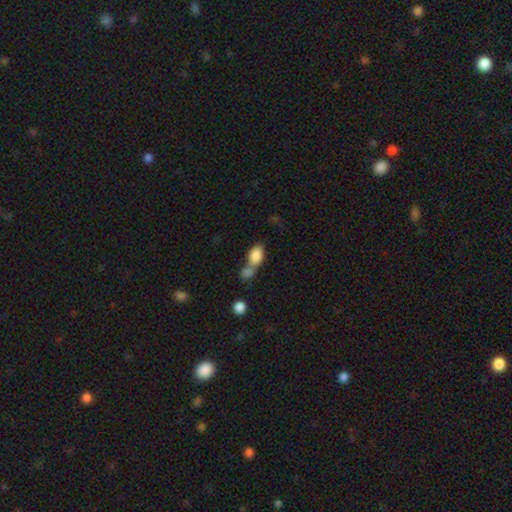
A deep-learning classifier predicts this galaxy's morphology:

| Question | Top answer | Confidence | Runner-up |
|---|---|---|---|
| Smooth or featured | smooth | 84% | featured or disk (9%) |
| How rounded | in between | 87% | round (10%) |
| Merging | merger | 59% | none (27%) |